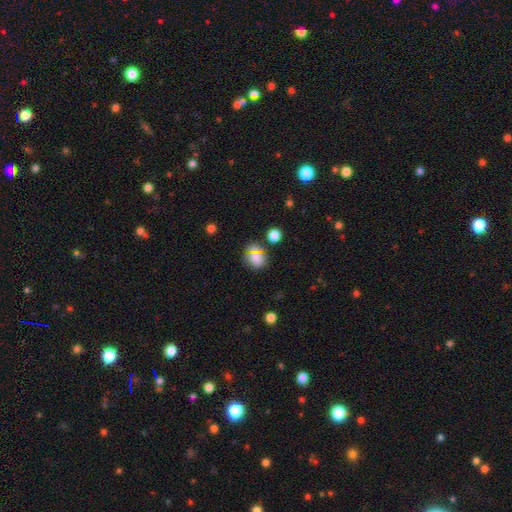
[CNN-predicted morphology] smooth-or-featured: smooth: 70% | star or artifact: 21% | featured or disk: 9%
  how-rounded: round: 76% | in between: 22% | cigar-shaped: 1%
  merging: none: 75% | minor disturbance: 13% | merger: 8% | major disturbance: 5%